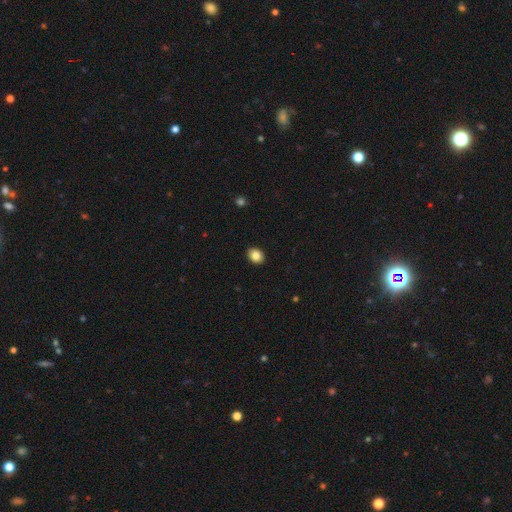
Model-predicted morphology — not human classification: smooth 84%, star or artifact 9%, featured or disk 7%. Down the decision tree: how rounded — in between (61%); merging — none (91%).